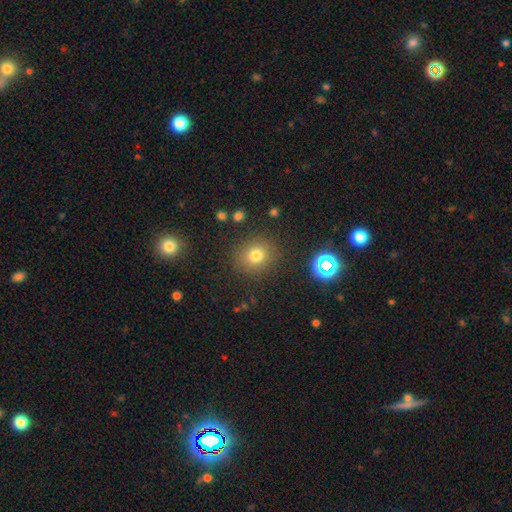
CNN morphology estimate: Q: Smooth or featured?
A: smooth (75%); runner-up: star or artifact (16%)
Q: How rounded?
A: round (83%); runner-up: in between (16%)
Q: Merging?
A: none (87%); runner-up: minor disturbance (8%)